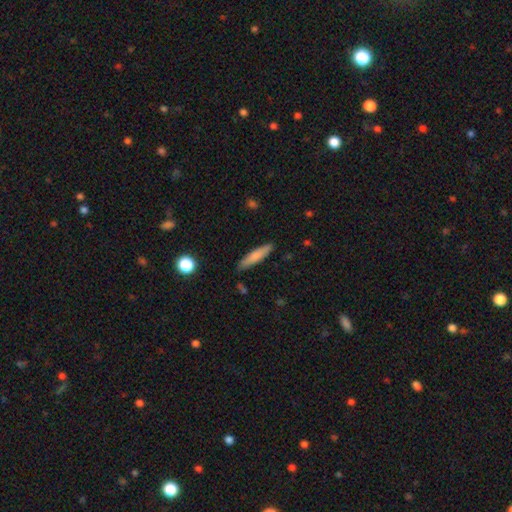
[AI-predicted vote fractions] This is likely a smooth galaxy (76%). How rounded: clearly cigar-shaped (85%). Merging: clearly none (85%).